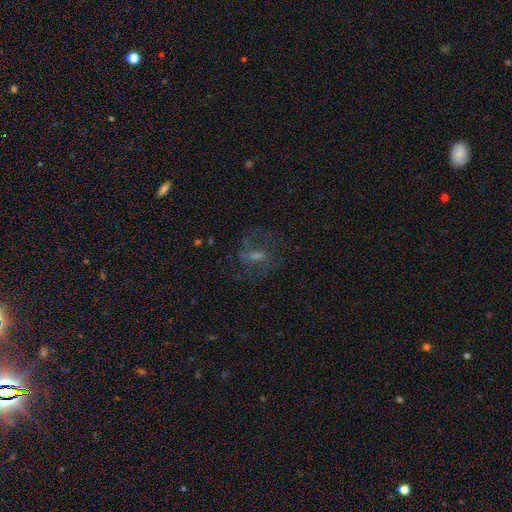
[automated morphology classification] Smooth or featured?
  - featured or disk: 56% *
  - star or artifact: 24%
  - smooth: 20%
Edge-on disk?
  - no: 93% *
  - yes: 7%
Bar?
  - weak: 49% *
  - no: 27%
  - strong: 24%
Spiral arms?
  - yes: 79% *
  - no: 21%
Bulge size?
  - small: 39% *
  - moderate: 35%
  - none: 18%
  - large: 6%
  - dominant: 2%
Merging?
  - none: 68% *
  - minor disturbance: 15%
  - major disturbance: 15%
  - merger: 2%